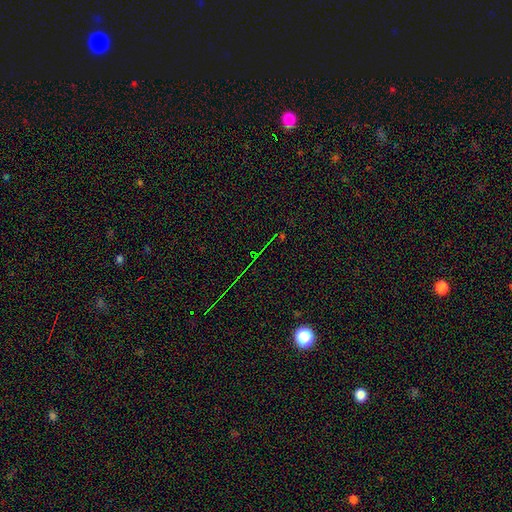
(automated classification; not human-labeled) This is likely a star or artifact rather than a galaxy (78%).